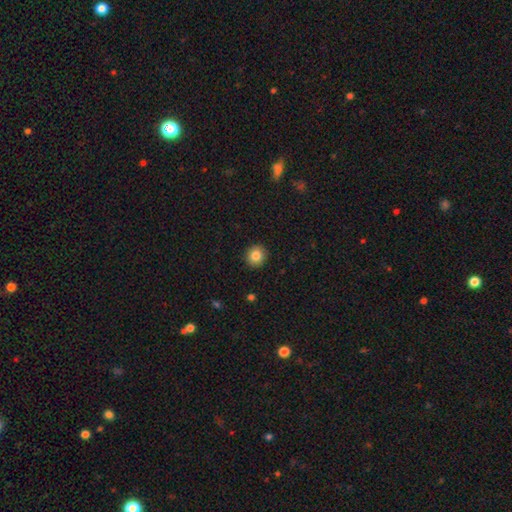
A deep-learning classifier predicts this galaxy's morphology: Smooth or featured?
  - smooth: 83% *
  - star or artifact: 9%
  - featured or disk: 7%
How rounded?
  - round: 89% *
  - in between: 10%
  - cigar-shaped: 1%
Merging?
  - none: 92% *
  - minor disturbance: 6%
  - major disturbance: 2%
  - merger: 1%